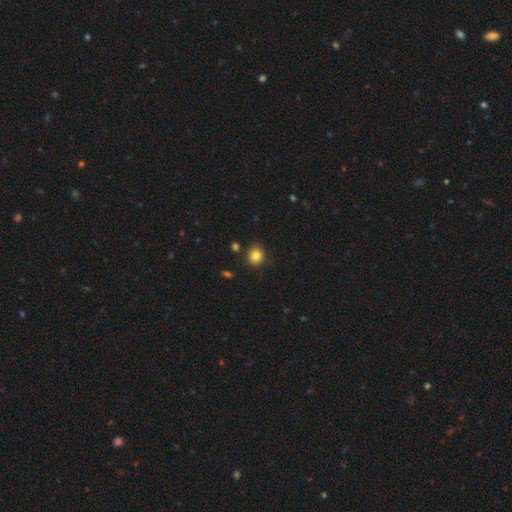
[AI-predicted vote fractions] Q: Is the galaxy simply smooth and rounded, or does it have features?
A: smooth — 83%.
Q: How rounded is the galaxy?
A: round — 81%.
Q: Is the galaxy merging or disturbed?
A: none — 87%.